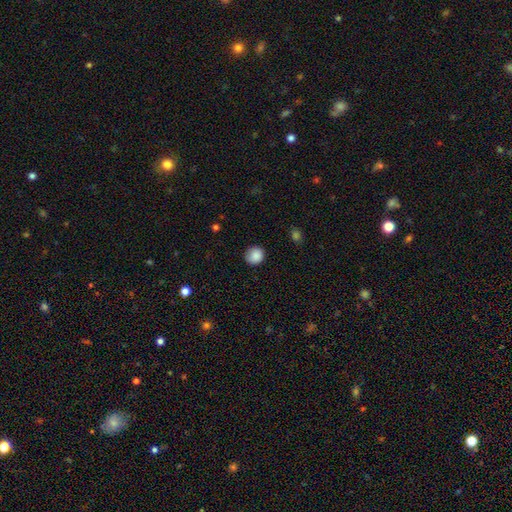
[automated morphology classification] Q: Smooth or featured?
A: smooth (88%); runner-up: star or artifact (9%)
Q: How rounded?
A: round (87%); runner-up: in between (12%)
Q: Merging?
A: none (84%); runner-up: minor disturbance (12%)